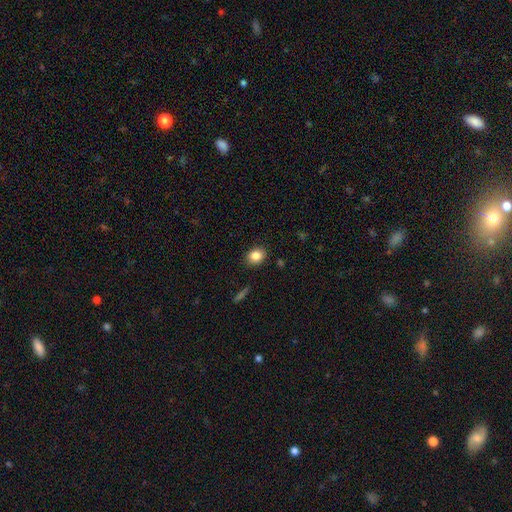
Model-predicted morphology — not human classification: The model was most divided on "how rounded": round: 54%, in between: 45%, cigar-shaped: 1%. More confident: merging — none (88%); smooth or featured — smooth (85%).